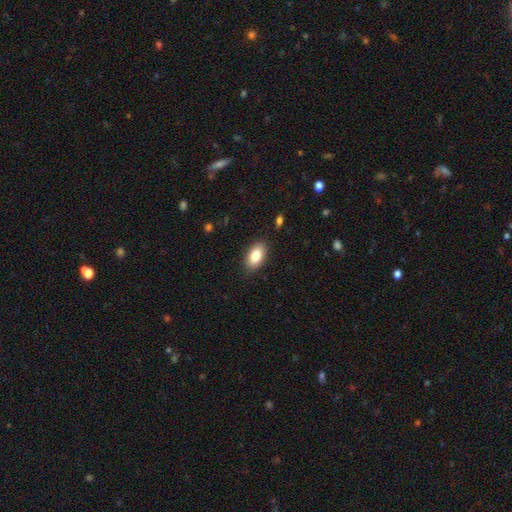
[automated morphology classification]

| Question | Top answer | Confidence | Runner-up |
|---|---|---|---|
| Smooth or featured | smooth | 84% | featured or disk (9%) |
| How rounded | in between | 92% | round (5%) |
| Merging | none | 88% | minor disturbance (9%) |